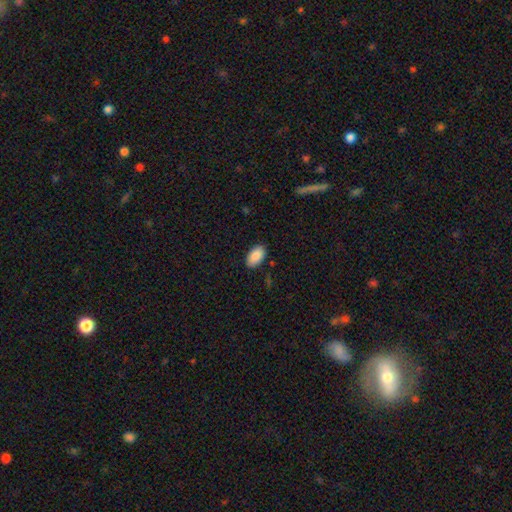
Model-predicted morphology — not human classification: Smooth or featured? smooth (90%)
How rounded? in between (94%)
Merging? none (87%)